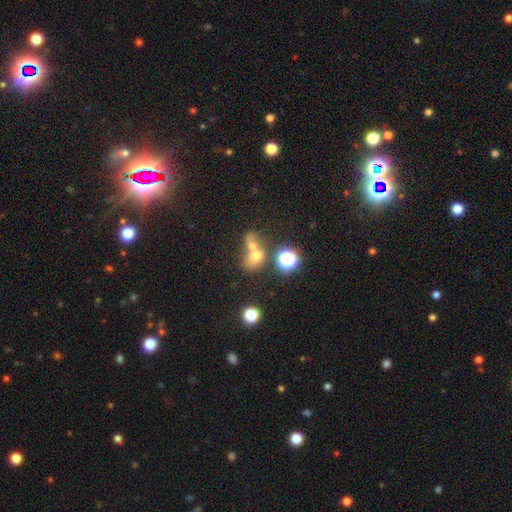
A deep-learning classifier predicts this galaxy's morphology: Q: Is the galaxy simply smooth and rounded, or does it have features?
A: smooth — 61%.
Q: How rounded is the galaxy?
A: round — 52%.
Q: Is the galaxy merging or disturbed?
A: merger — 63%.